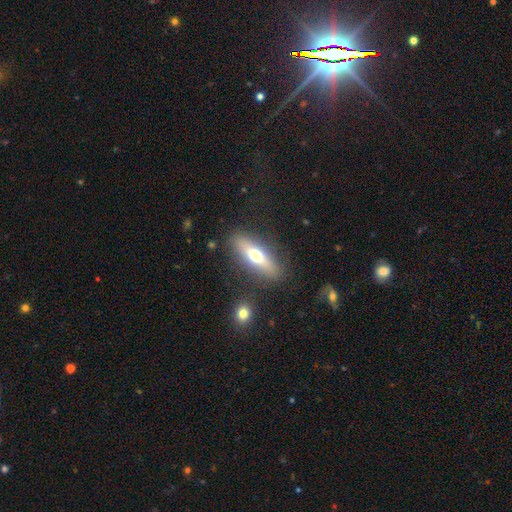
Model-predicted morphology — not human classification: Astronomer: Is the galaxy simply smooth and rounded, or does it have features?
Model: smooth — 55% (runner-up: featured or disk, 38%).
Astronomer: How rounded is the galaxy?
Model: cigar-shaped — 51% (runner-up: in between, 46%).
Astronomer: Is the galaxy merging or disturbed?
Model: none — 84%.